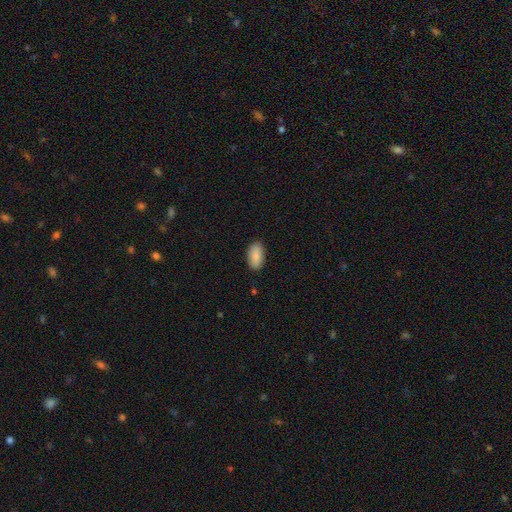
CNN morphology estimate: Overall: smooth (88%). How rounded: in between (94%). Merging: none (88%).